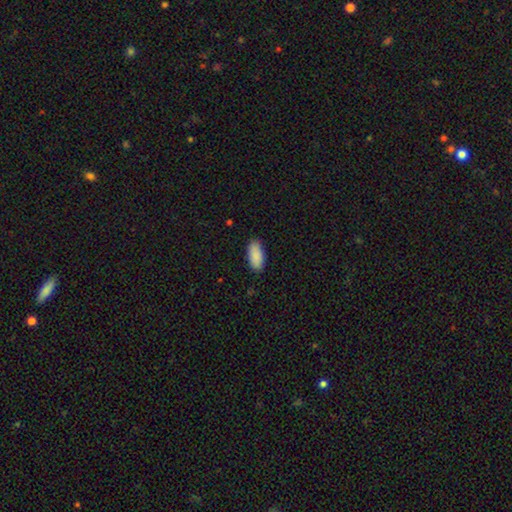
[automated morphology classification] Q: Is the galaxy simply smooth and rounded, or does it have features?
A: smooth — 90%.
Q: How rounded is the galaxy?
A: in between — 92%.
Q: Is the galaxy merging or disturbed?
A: none — 86%.